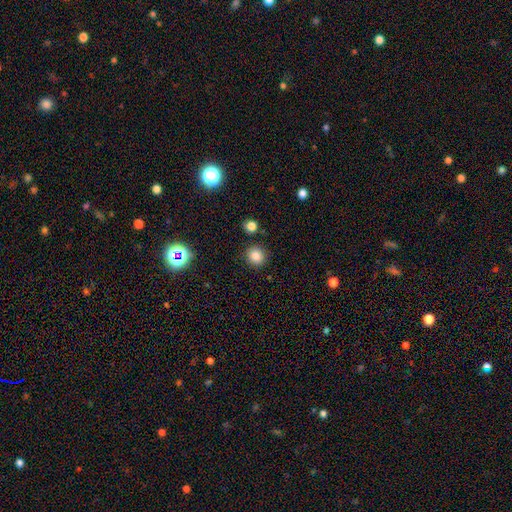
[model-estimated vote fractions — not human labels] smooth_or_featured: smooth (p=0.83) [alt: star or artifact p=0.12]
how_rounded: round (p=0.90) [alt: in between p=0.09]
merging: none (p=0.88) [alt: minor disturbance p=0.06]